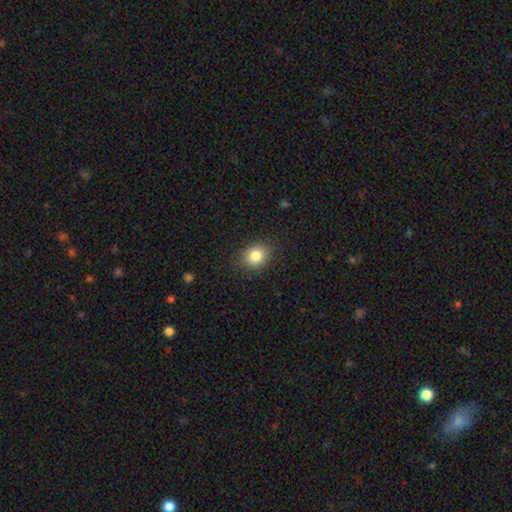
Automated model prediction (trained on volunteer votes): smooth_or_featured: smooth (p=0.84) [alt: star or artifact p=0.10]
how_rounded: round (p=0.54) [alt: in between p=0.45]
merging: none (p=0.86) [alt: minor disturbance p=0.10]